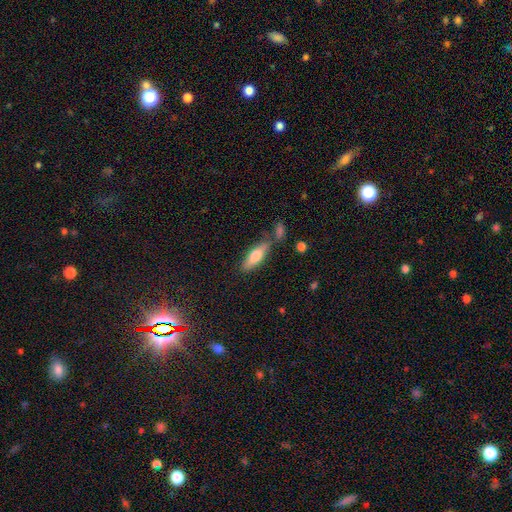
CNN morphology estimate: This is likely a smooth galaxy (65%). How rounded: possibly cigar-shaped (50%). Merging: likely none (67%).